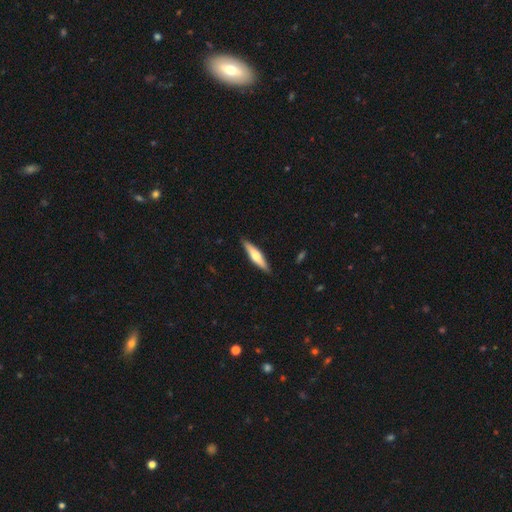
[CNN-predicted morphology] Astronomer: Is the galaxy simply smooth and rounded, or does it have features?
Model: featured or disk — 50% (runner-up: smooth, 45%).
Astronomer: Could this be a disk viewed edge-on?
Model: yes — 95%.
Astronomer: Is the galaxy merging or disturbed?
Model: none — 89%.